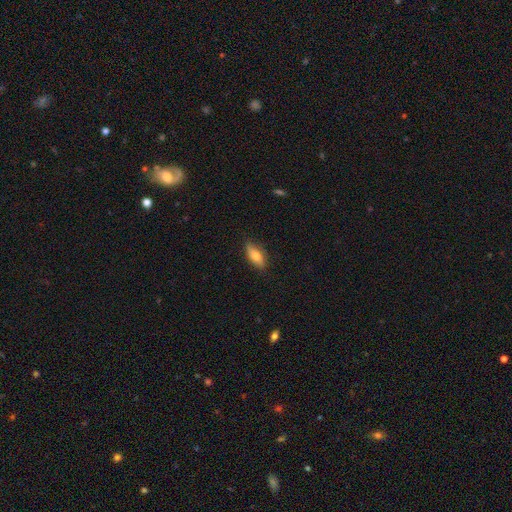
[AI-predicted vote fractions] Smooth or featured? smooth (73%)
How rounded? in between (72%)
Merging? none (83%)